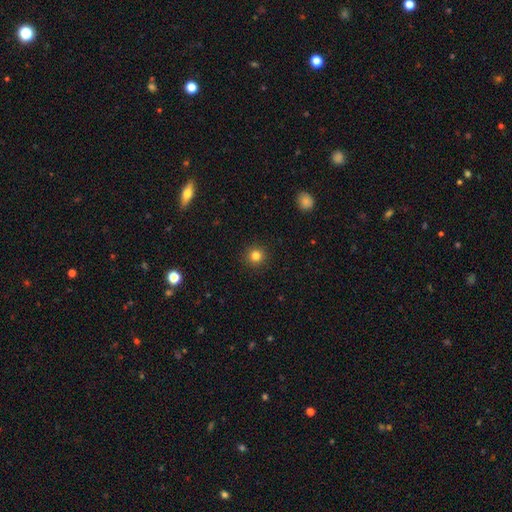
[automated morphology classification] smooth 82%, star or artifact 13%, featured or disk 5%. Down the decision tree: how rounded — round (94%); merging — none (92%).